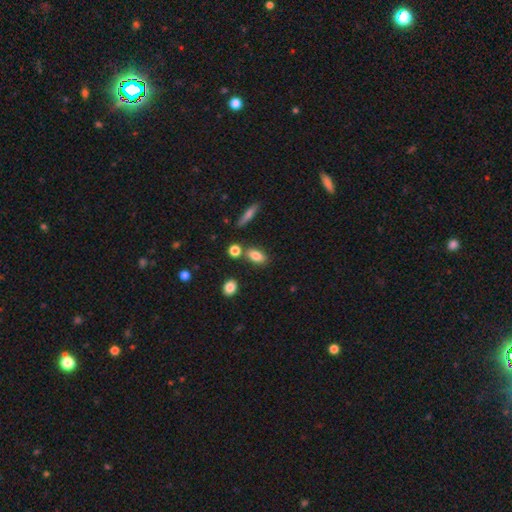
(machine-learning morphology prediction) Q: Smooth or featured?
A: smooth (82%); runner-up: star or artifact (9%)
Q: How rounded?
A: in between (79%); runner-up: round (11%)
Q: Merging?
A: none (73%); runner-up: minor disturbance (12%)